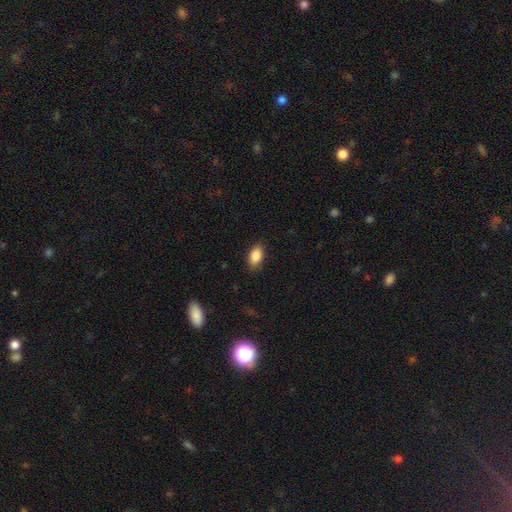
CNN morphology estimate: The model was most divided on "merging": none: 87%, minor disturbance: 9%, major disturbance: 2%, merger: 1%. More confident: how rounded — in between (91%); smooth or featured — smooth (87%).